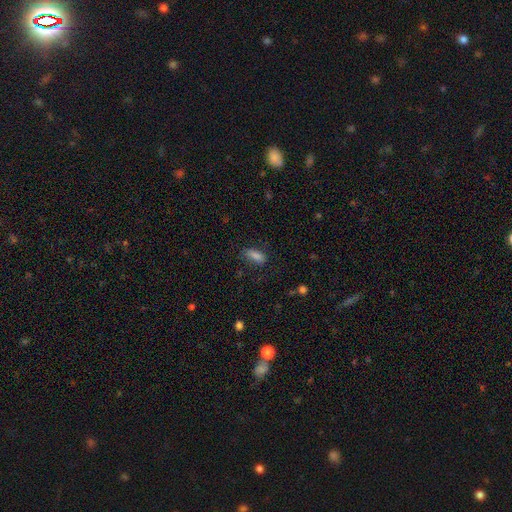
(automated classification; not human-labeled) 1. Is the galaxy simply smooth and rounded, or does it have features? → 82% smooth, 11% star or artifact, 7% featured or disk.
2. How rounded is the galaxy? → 70% in between, 26% cigar-shaped, 4% round.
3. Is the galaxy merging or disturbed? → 75% none, 17% minor disturbance, 6% major disturbance, 2% merger.